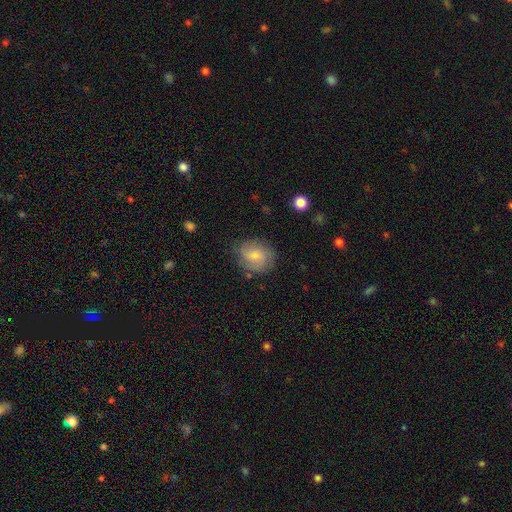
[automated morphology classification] A smooth galaxy with no disk features (62%) that is round (59%).

Vote fractions:
- Smooth or featured? smooth: 62% / featured or disk: 30% / star or artifact: 9%
- How rounded? round: 59% / in between: 40% / cigar-shaped: 1%
- Merging? none: 75% / minor disturbance: 19% / major disturbance: 5% / merger: 1%